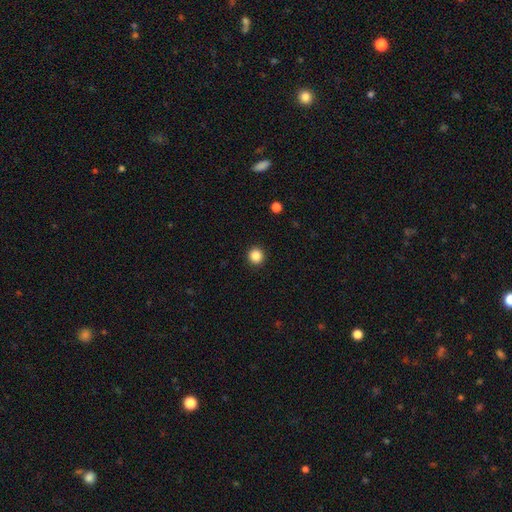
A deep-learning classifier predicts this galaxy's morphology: This appears to be a smooth galaxy with no disk features (86%) that is round (94%). Merging: none (93%).